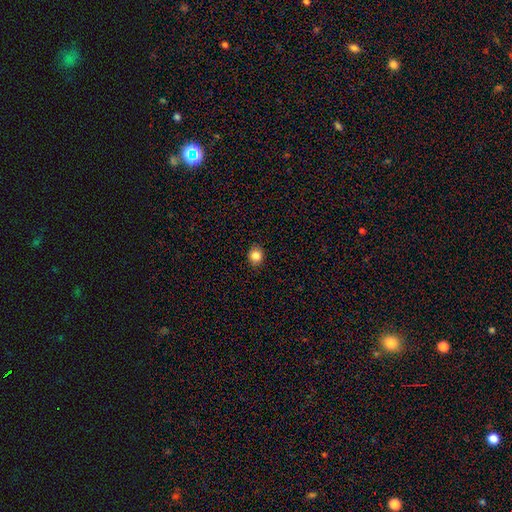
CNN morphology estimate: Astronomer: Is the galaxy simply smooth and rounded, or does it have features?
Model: smooth — 84%.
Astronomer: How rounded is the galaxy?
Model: round — 65%.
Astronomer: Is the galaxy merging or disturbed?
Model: none — 89%.